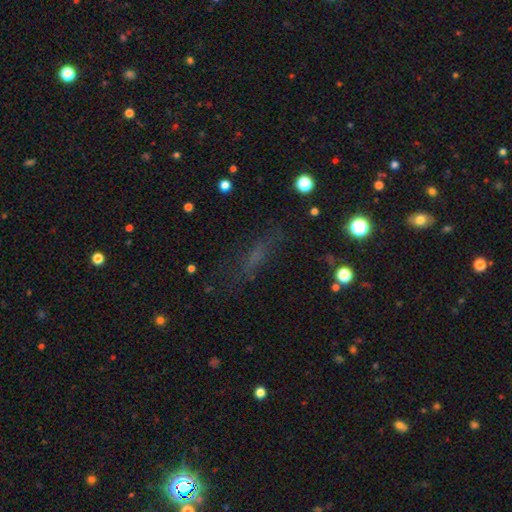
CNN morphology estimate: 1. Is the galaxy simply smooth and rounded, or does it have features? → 47% smooth, 28% star or artifact, 24% featured or disk.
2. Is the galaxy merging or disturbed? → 68% none, 18% minor disturbance, 11% major disturbance, 3% merger.